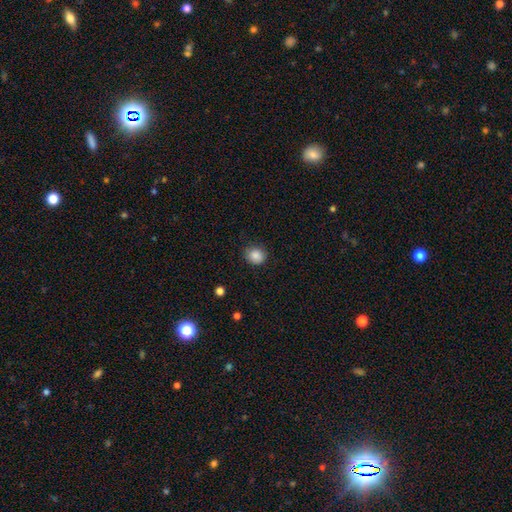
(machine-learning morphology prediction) smooth_or_featured: smooth (p=0.86) [alt: star or artifact p=0.10]
how_rounded: round (p=0.79) [alt: in between p=0.20]
merging: none (p=0.82) [alt: minor disturbance p=0.14]